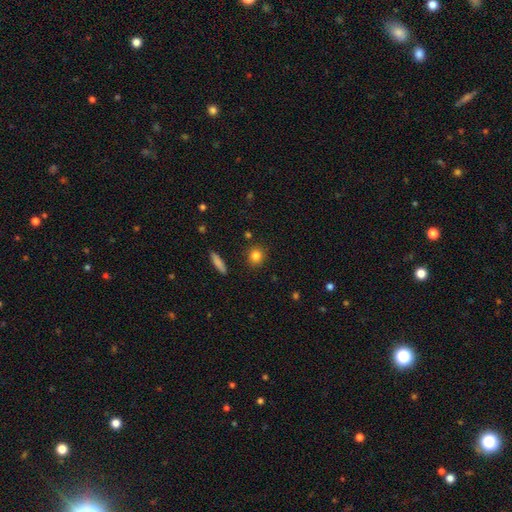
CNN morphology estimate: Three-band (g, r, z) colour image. It shows a smooth galaxy with no disk features (82%) that is round (83%). Merging: none (89%).